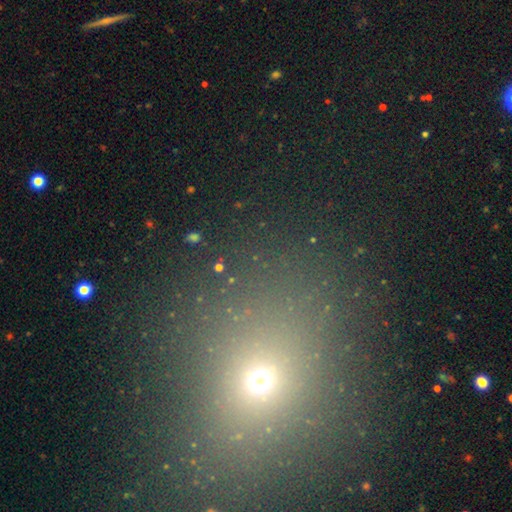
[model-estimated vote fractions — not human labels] Smooth or featured? star or artifact (47%)